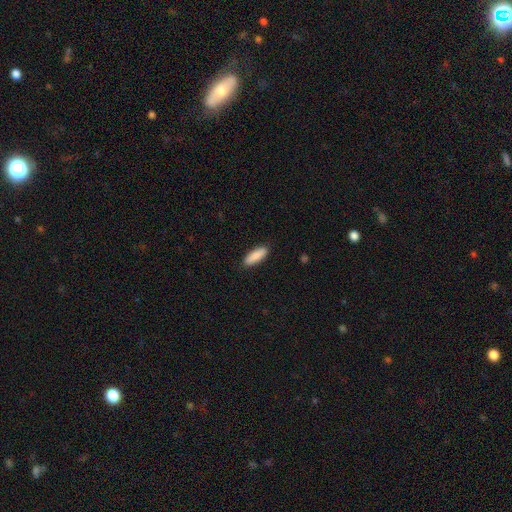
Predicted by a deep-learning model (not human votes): smooth 89%, star or artifact 5%, featured or disk 5%. Down the decision tree: how rounded — in between (59%); merging — none (89%).